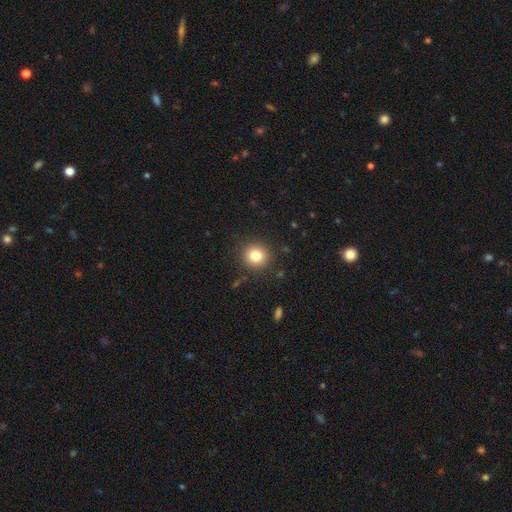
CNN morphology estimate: Smooth or featured: smooth — 80% (star or artifact — 12%)
How rounded: round — 89% (in between — 10%)
Merging: none — 89% (minor disturbance — 7%)